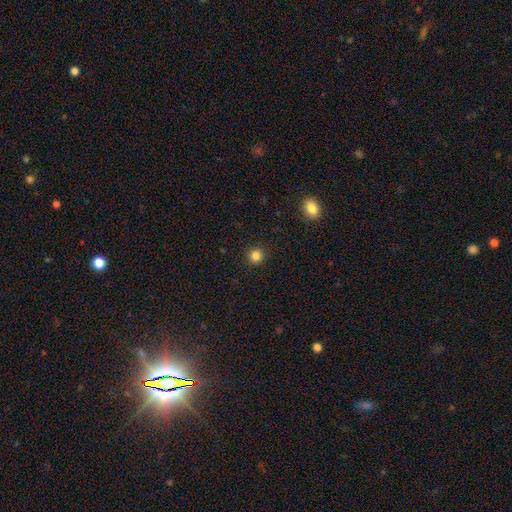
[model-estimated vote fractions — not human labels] Smooth or featured: smooth — 84% (star or artifact — 13%)
How rounded: round — 95% (in between — 5%)
Merging: none — 92% (minor disturbance — 5%)